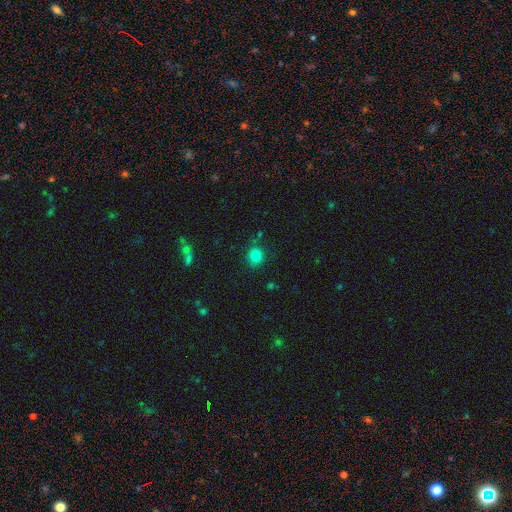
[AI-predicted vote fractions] A smooth galaxy with no disk features (81%) that is round (82%). Merging: none (80%).